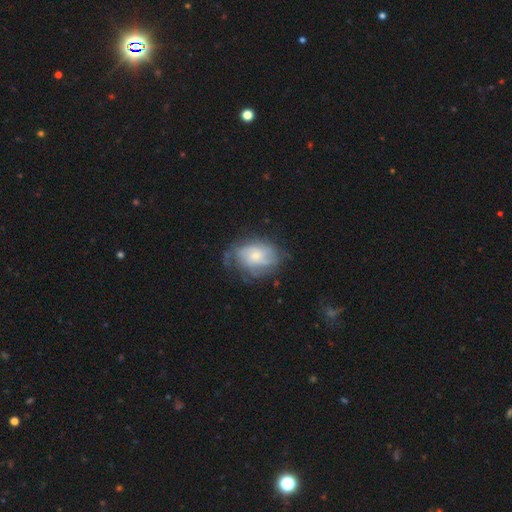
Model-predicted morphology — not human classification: This appears to be a featured or disk galaxy (58%) with no bar (77%), spiral arms (77%) and a small central bulge (56%). Merging: none (55%).